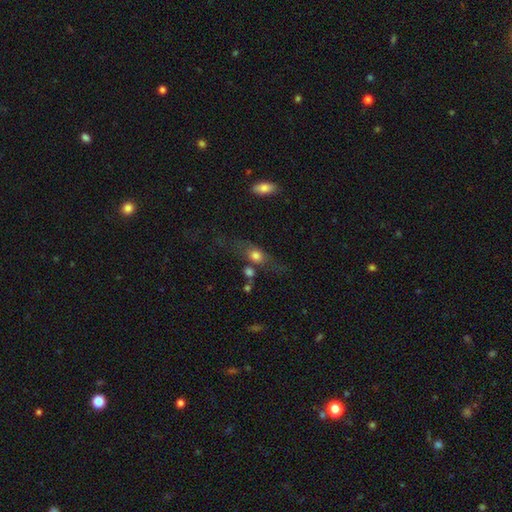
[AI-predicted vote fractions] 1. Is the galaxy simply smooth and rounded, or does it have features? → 59% smooth, 30% featured or disk, 11% star or artifact.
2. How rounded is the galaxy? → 51% in between, 26% round, 24% cigar-shaped.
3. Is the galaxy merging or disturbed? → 51% none, 19% minor disturbance, 15% major disturbance, 15% merger.